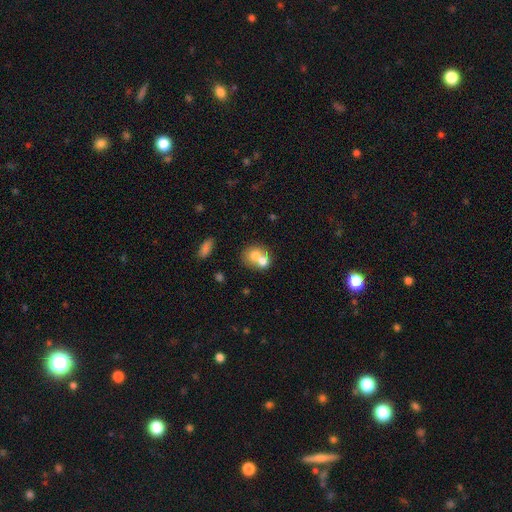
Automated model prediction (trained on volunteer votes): smooth_or_featured: smooth (p=0.66) [alt: featured or disk p=0.24]
how_rounded: round (p=0.65) [alt: in between p=0.34]
merging: merger (p=0.63) [alt: none p=0.27]